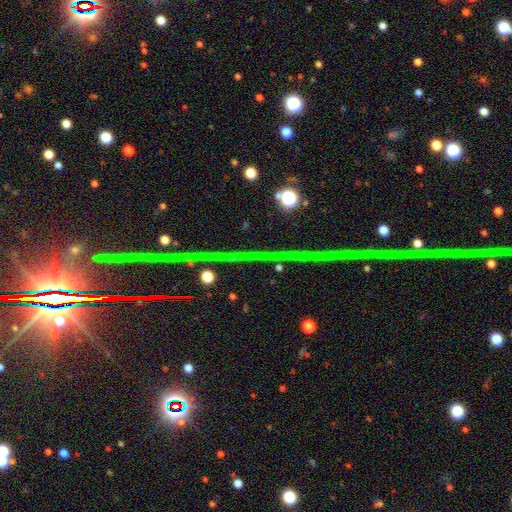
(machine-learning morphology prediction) smooth-or-featured: star or artifact: 83% | featured or disk: 10% | smooth: 7%